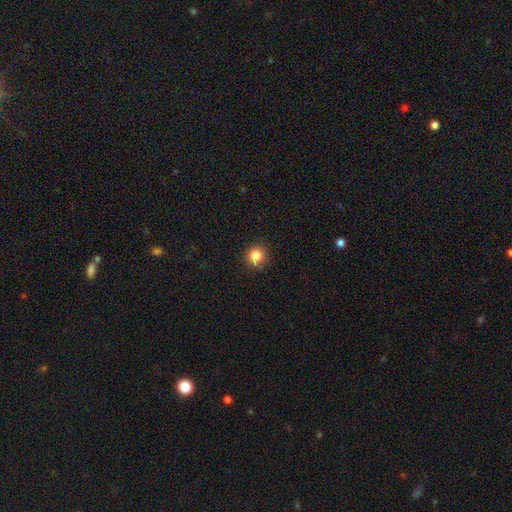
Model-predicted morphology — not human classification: The model was most divided on "smooth or featured": smooth: 84%, star or artifact: 11%, featured or disk: 4%. More confident: how rounded — round (93%); merging — none (89%).